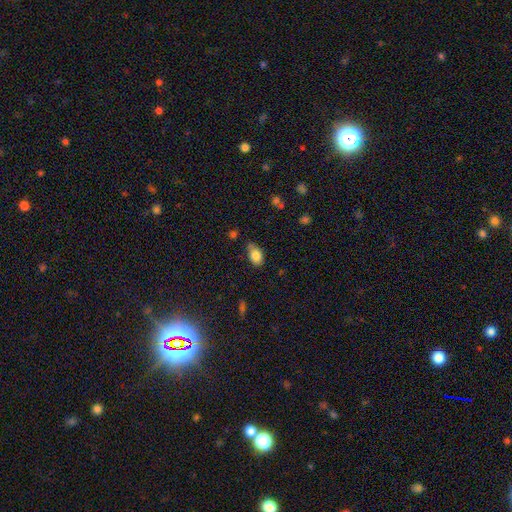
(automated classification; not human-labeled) Smooth or featured?
  - smooth: 83% *
  - featured or disk: 8%
  - star or artifact: 8%
How rounded?
  - in between: 87% *
  - round: 12%
  - cigar-shaped: 2%
Merging?
  - none: 58% *
  - minor disturbance: 33%
  - major disturbance: 6%
  - merger: 3%